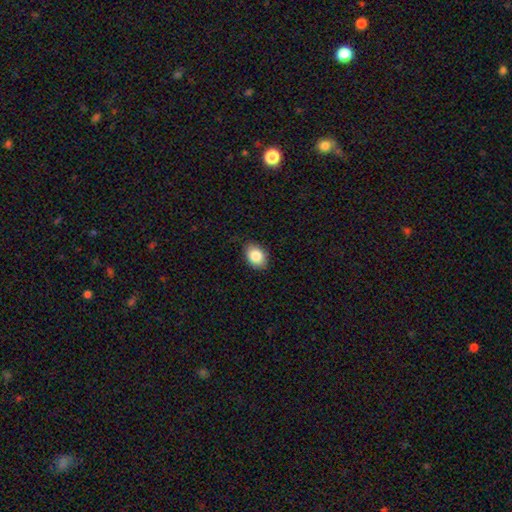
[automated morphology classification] smooth_or_featured: smooth (p=0.85) [alt: star or artifact p=0.08]
how_rounded: in between (p=0.80) [alt: round p=0.19]
merging: none (p=0.83) [alt: minor disturbance p=0.13]